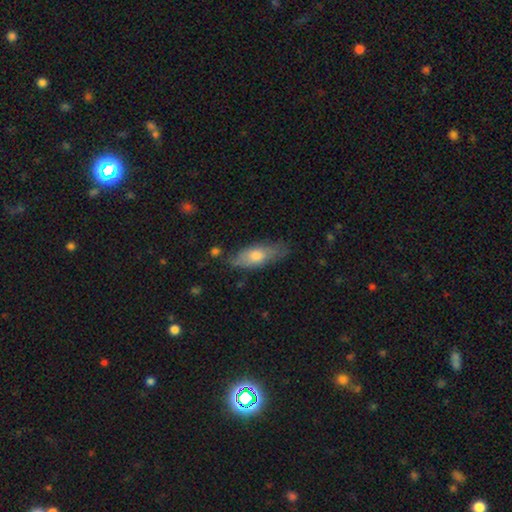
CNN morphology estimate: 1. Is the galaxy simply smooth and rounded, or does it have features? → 63% smooth, 31% featured or disk, 6% star or artifact.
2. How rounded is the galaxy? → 68% in between, 30% cigar-shaped, 3% round.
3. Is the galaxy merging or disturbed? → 70% none, 22% minor disturbance, 5% major disturbance, 2% merger.